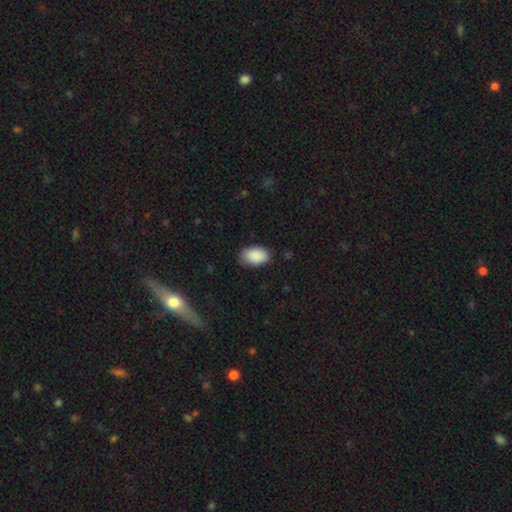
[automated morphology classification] smooth 90%, star or artifact 7%, featured or disk 4%. Down the decision tree: how rounded — in between (92%); merging — none (81%).